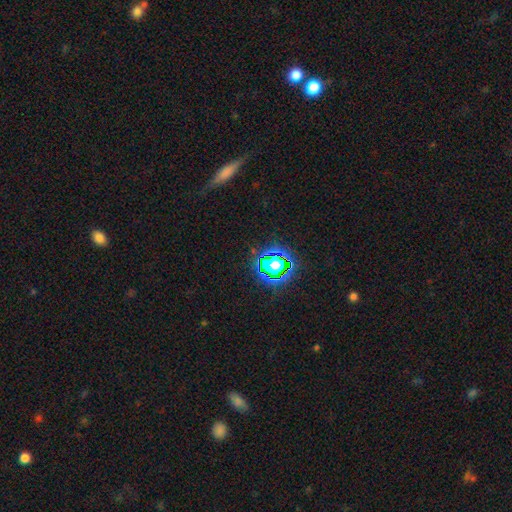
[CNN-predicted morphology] smooth_or_featured: star or artifact (p=0.55) [alt: smooth p=0.29]